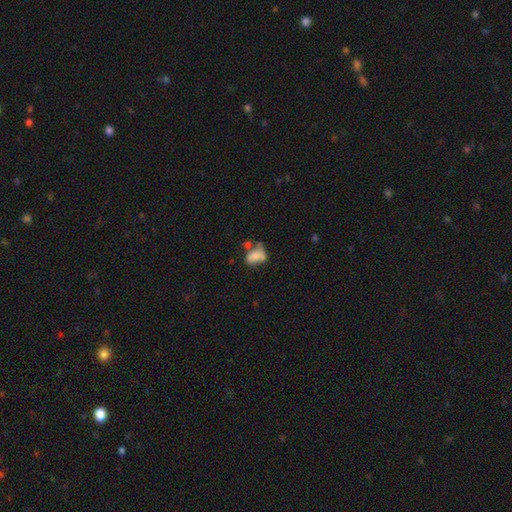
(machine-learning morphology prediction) smooth-or-featured: smooth: 65% | featured or disk: 24% | star or artifact: 11%
  how-rounded: in between: 82% | round: 16% | cigar-shaped: 2%
  merging: none: 29% | merger: 26% | minor disturbance: 25% | major disturbance: 19%